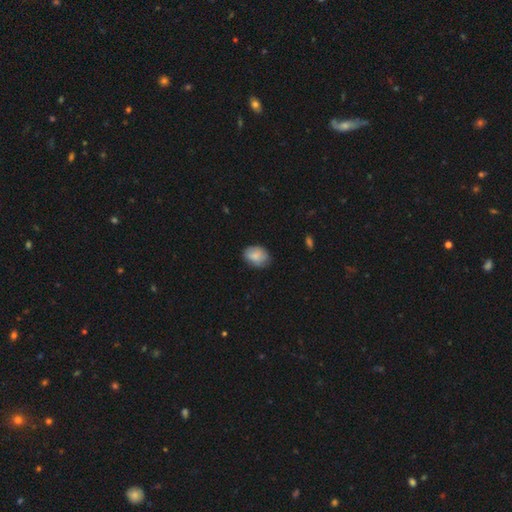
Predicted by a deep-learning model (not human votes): Q: Smooth or featured?
A: smooth (85%); runner-up: featured or disk (8%)
Q: How rounded?
A: in between (72%); runner-up: round (27%)
Q: Merging?
A: none (74%); runner-up: minor disturbance (21%)